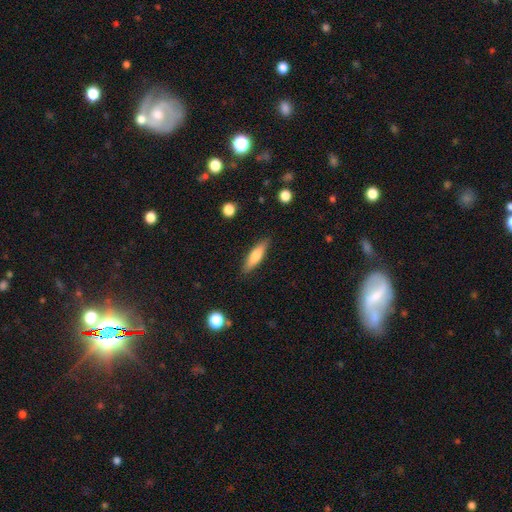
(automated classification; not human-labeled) Morphology: type=smooth (70%); roundness=cigar-shaped (66%); merging=none (87%).